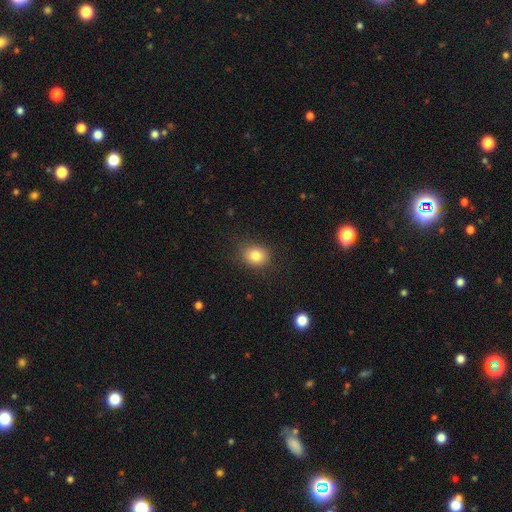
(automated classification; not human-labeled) Smooth or featured? Predicted: smooth (p=0.82). How rounded? Predicted: round (p=0.57). Merging? Predicted: none (p=0.86).